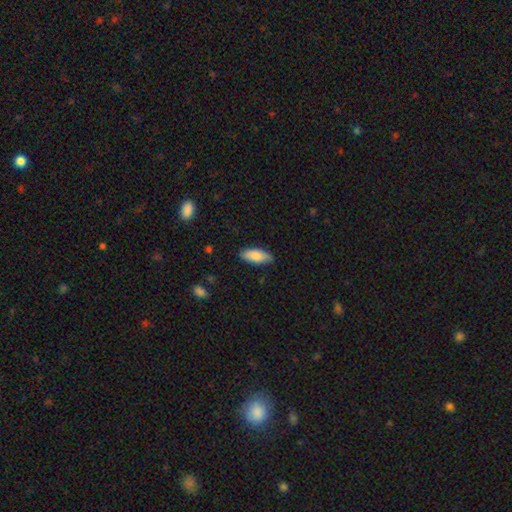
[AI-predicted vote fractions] Smooth or featured: smooth — 83% (featured or disk — 11%)
How rounded: in between — 81% (cigar-shaped — 17%)
Merging: none — 82% (minor disturbance — 15%)